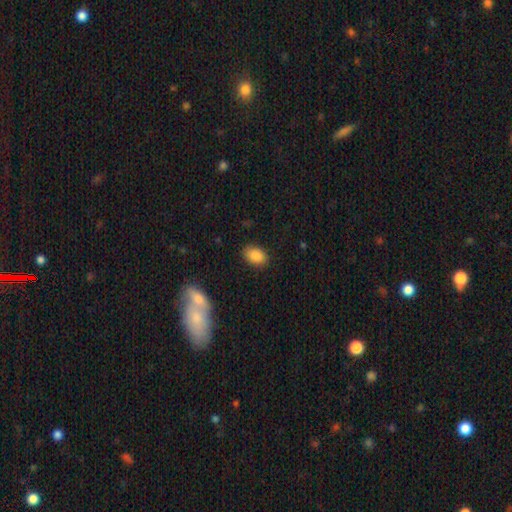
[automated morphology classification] Q: Smooth or featured?
A: smooth (87%); runner-up: star or artifact (8%)
Q: How rounded?
A: in between (89%); runner-up: round (10%)
Q: Merging?
A: none (85%); runner-up: minor disturbance (10%)